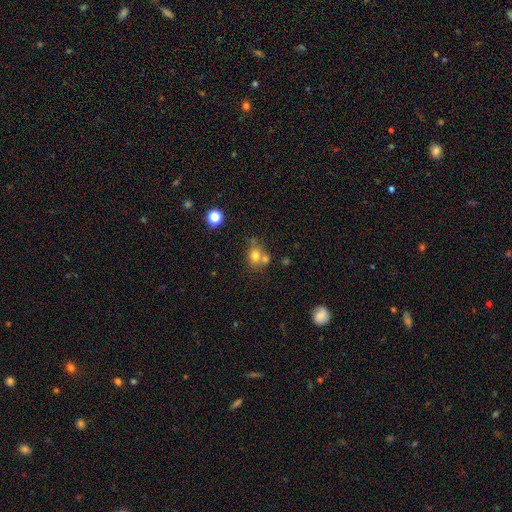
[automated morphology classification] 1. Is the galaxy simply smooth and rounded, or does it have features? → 73% smooth, 14% star or artifact, 13% featured or disk.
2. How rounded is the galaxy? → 64% round, 35% in between, 1% cigar-shaped.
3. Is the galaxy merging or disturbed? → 48% none, 35% merger, 12% minor disturbance, 5% major disturbance.